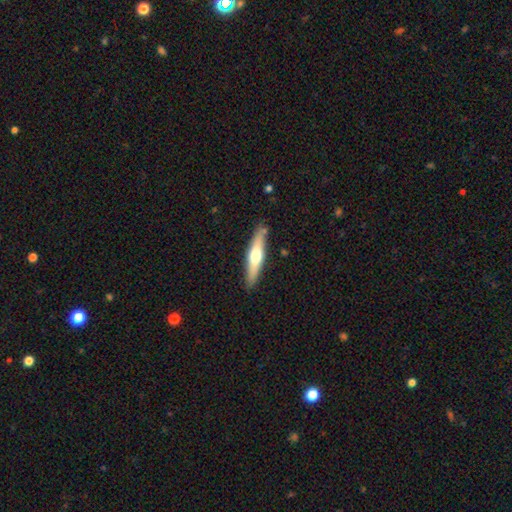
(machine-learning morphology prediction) smooth-or-featured: smooth: 49% | featured or disk: 46% | star or artifact: 5%
  merging: none: 86% | minor disturbance: 10% | merger: 2% | major disturbance: 2%